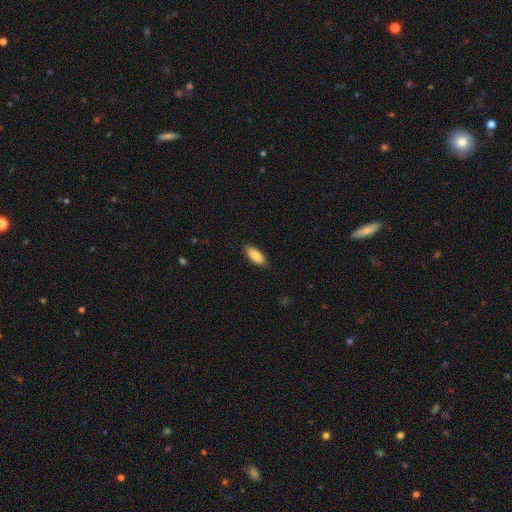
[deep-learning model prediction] This is clearly a smooth galaxy (88%). How rounded: clearly in between (82%). Merging: clearly none (87%).